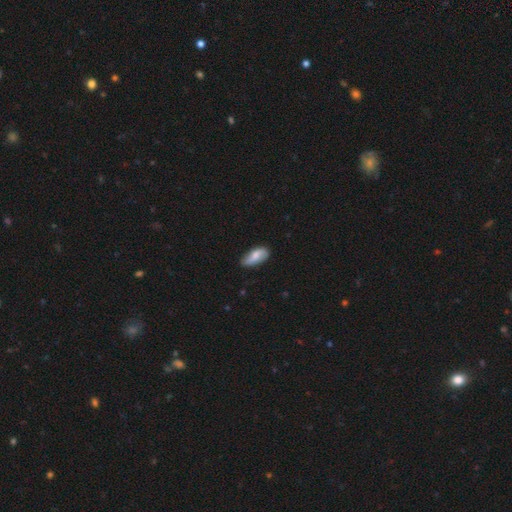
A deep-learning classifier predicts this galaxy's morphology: This is likely a smooth galaxy (65%). How rounded: clearly in between (86%). Merging: likely none (64%).